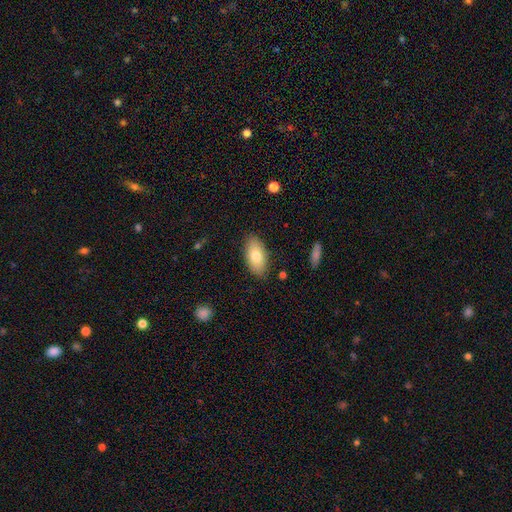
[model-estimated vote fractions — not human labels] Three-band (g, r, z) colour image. It shows a smooth galaxy with no disk features (76%) that is in between round and cigar-shaped (93%). Merging: none (85%).